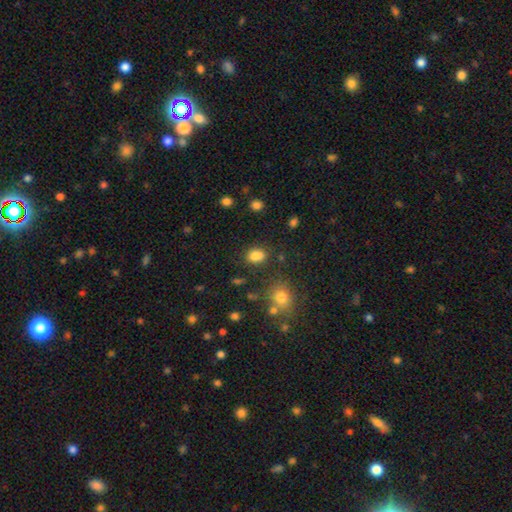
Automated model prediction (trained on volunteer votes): This appears to be a smooth galaxy with no disk features (82%) that is in between round and cigar-shaped (67%). Merging: none (71%).